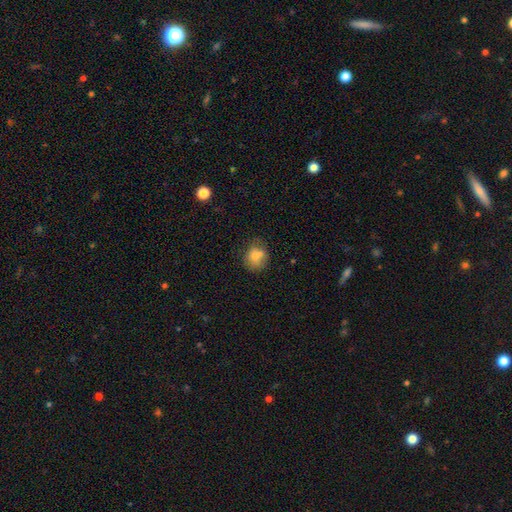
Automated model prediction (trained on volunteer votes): Smooth or featured? Predicted: smooth (p=0.75). How rounded? Predicted: round (p=0.67). Merging? Predicted: none (p=0.54).